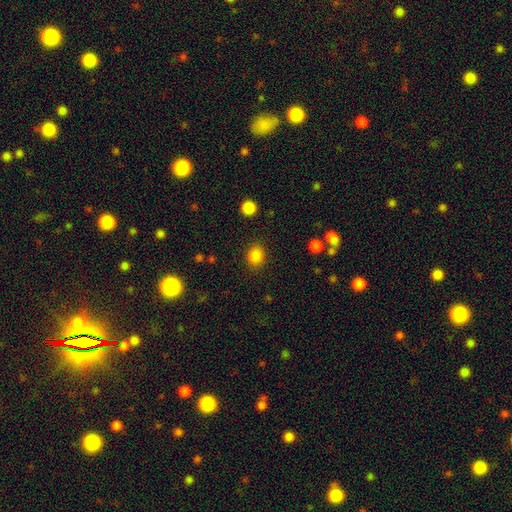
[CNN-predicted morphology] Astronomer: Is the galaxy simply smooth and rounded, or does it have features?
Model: smooth — 85%.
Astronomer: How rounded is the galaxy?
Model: round — 63%.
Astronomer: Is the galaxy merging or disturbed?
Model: none — 88%.